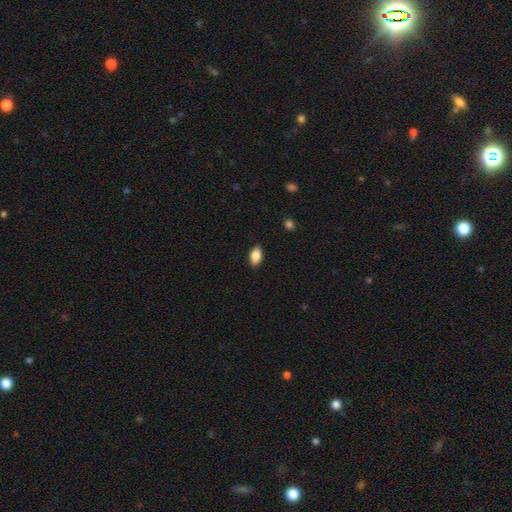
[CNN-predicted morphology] This appears to be a smooth galaxy with no disk features (86%) that is in between round and cigar-shaped (92%). Merging: none (88%).